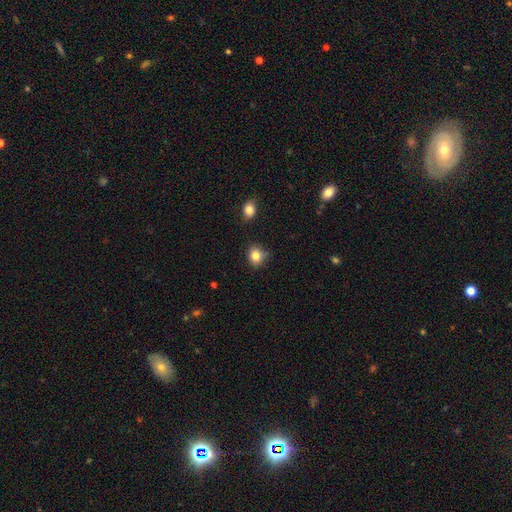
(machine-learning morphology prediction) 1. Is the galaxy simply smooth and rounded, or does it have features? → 82% smooth, 11% star or artifact, 7% featured or disk.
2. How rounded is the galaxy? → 69% round, 30% in between, 1% cigar-shaped.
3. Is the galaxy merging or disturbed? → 74% none, 19% minor disturbance, 3% major disturbance, 3% merger.